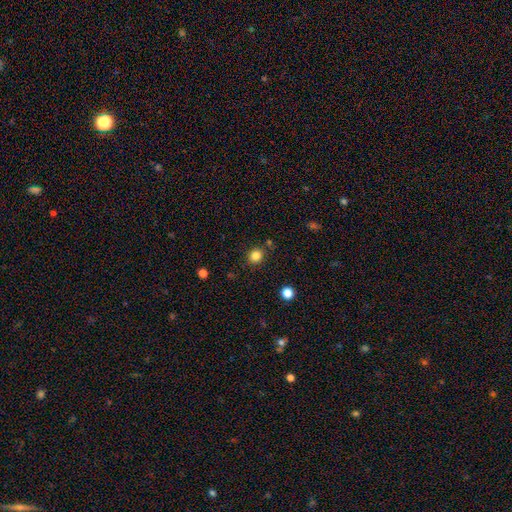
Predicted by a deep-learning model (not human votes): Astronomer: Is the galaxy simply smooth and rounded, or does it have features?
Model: smooth — 83%.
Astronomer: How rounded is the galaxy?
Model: round — 81%.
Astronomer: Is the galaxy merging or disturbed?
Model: none — 85%.